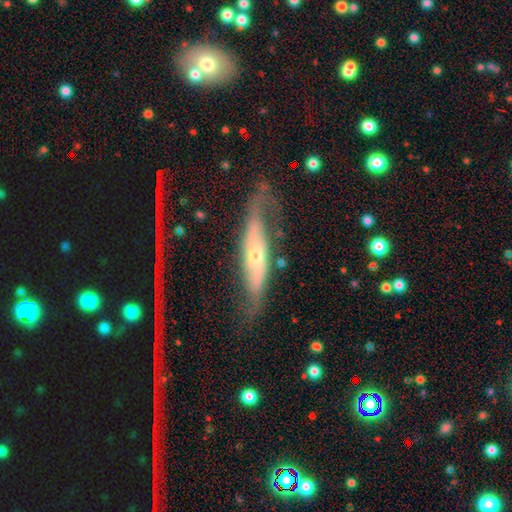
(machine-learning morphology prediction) smooth_or_featured: featured or disk (p=0.72) [alt: smooth p=0.20]
disk_edge_on: no (p=0.65) [alt: yes p=0.35]
merging: none (p=0.54) [alt: major disturbance p=0.22]